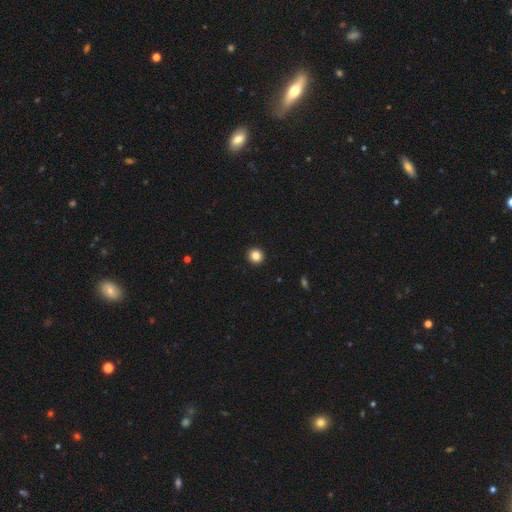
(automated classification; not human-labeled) This is clearly a smooth galaxy (85%). How rounded: clearly round (93%). Merging: clearly none (94%).